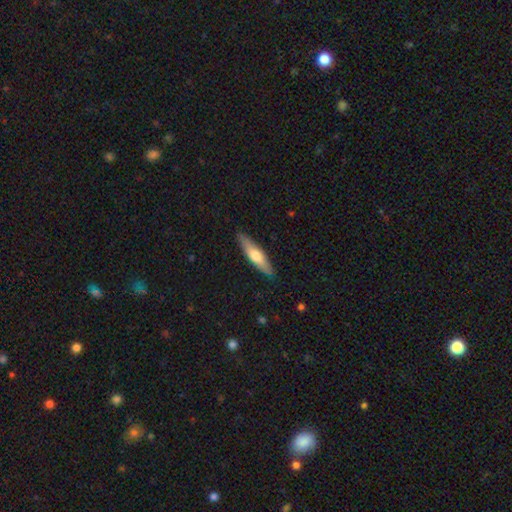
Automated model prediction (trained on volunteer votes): smooth_or_featured: smooth (p=0.59) [alt: featured or disk p=0.36]
how_rounded: cigar-shaped (p=0.74) [alt: in between p=0.24]
merging: none (p=0.88) [alt: minor disturbance p=0.09]